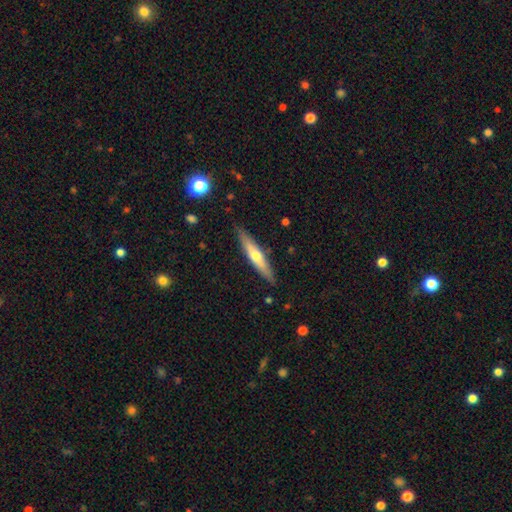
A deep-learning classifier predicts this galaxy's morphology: Smooth or featured?
  - featured or disk: 48% *
  - smooth: 46%
  - star or artifact: 5%
Merging?
  - none: 87% *
  - minor disturbance: 10%
  - major disturbance: 2%
  - merger: 1%